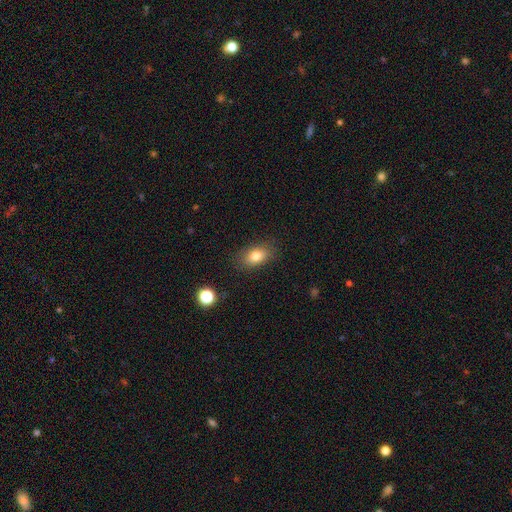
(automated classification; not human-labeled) Overall: smooth (80%). How rounded: in between (84%). Merging: none (84%).